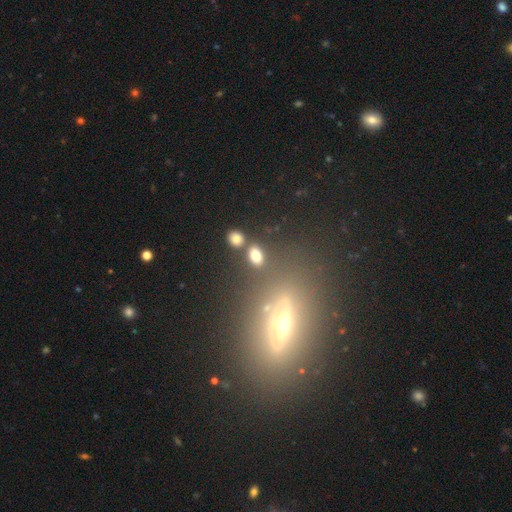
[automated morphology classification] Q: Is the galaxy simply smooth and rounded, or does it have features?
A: smooth — 77%.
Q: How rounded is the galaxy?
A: in between — 82%.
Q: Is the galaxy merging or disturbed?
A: none — 70%.